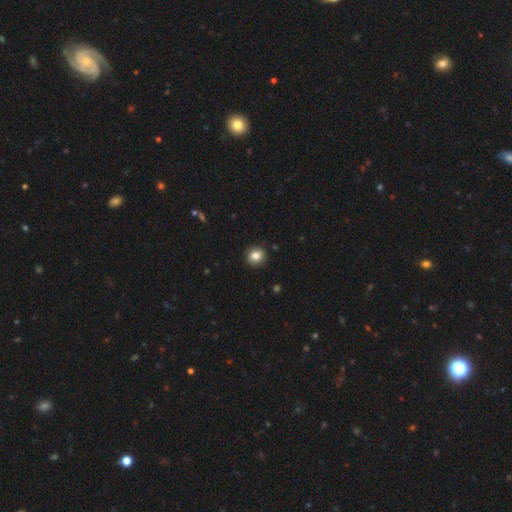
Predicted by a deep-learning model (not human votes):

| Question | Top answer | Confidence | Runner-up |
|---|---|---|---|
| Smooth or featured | smooth | 83% | star or artifact (9%) |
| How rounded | round | 82% | in between (17%) |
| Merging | none | 90% | minor disturbance (7%) |